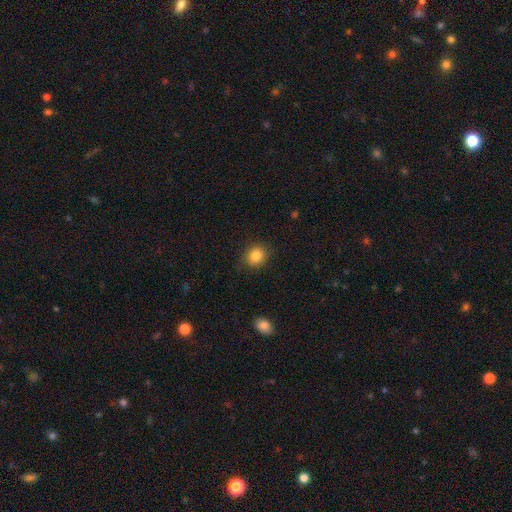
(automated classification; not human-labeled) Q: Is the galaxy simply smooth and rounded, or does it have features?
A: smooth — 85%.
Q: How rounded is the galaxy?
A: round — 79%.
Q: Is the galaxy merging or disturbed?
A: none — 89%.